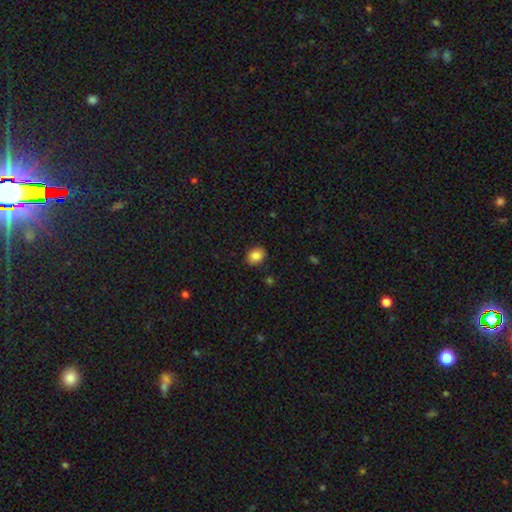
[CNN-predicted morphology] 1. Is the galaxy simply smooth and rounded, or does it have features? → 86% smooth, 9% star or artifact, 5% featured or disk.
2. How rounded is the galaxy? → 54% round, 45% in between, 1% cigar-shaped.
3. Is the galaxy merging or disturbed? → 88% none, 8% minor disturbance, 2% major disturbance, 1% merger.